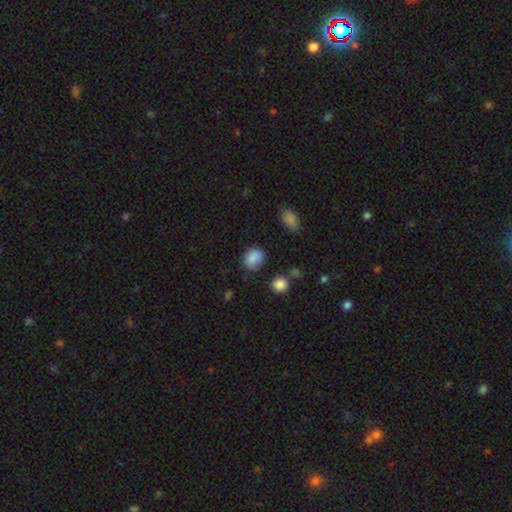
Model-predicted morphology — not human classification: This appears to be a smooth galaxy with no disk features (85%) that is in between round and cigar-shaped (52%). Merging: none (75%).